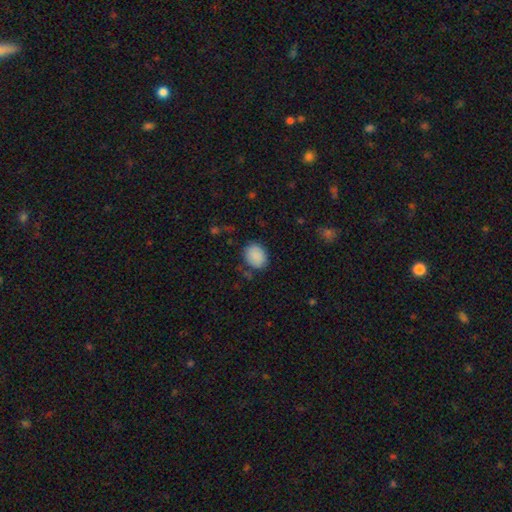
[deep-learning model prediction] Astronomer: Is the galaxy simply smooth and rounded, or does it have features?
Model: smooth — 89%.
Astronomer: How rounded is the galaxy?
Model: in between — 50% (runner-up: round, 49%).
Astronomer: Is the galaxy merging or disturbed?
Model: none — 79%.